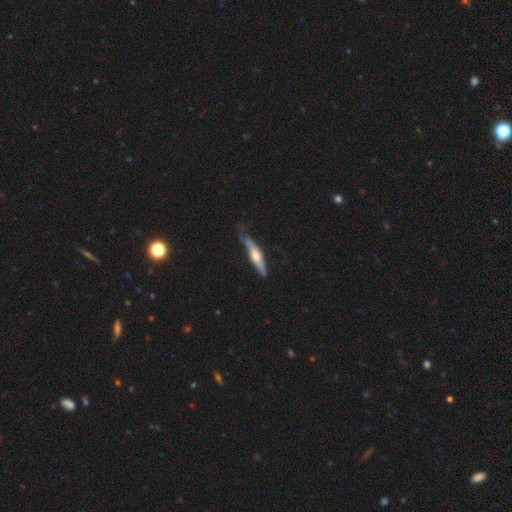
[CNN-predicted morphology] This appears to be a featured or disk galaxy (52%) viewed edge-on (82%). Merging: none (51%).